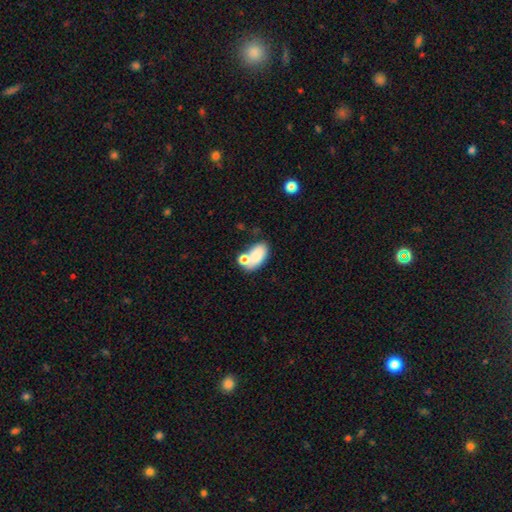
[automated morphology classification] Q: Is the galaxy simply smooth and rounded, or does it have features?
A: smooth — 80%.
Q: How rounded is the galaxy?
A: in between — 92%.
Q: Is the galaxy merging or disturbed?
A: none — 42%.